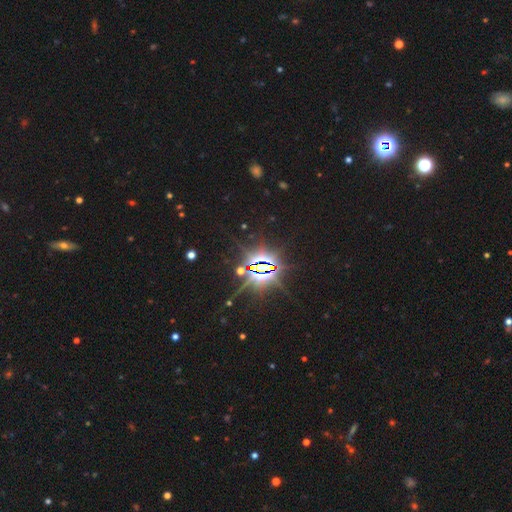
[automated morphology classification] Smooth or featured? star or artifact (86%)